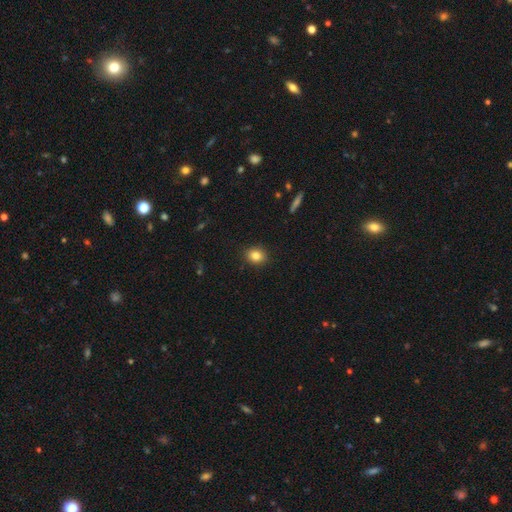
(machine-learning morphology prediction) The model was most divided on "how rounded": round: 59%, in between: 40%, cigar-shaped: 1%. More confident: merging — none (90%); smooth or featured — smooth (84%).